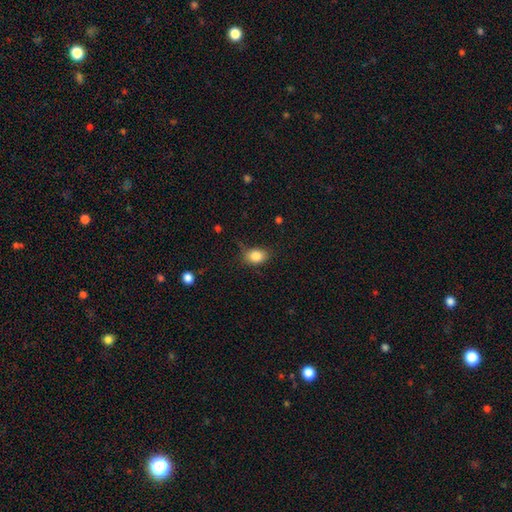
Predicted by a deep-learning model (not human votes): This is clearly a smooth galaxy (85%). How rounded: likely in between (71%). Merging: likely none (75%).